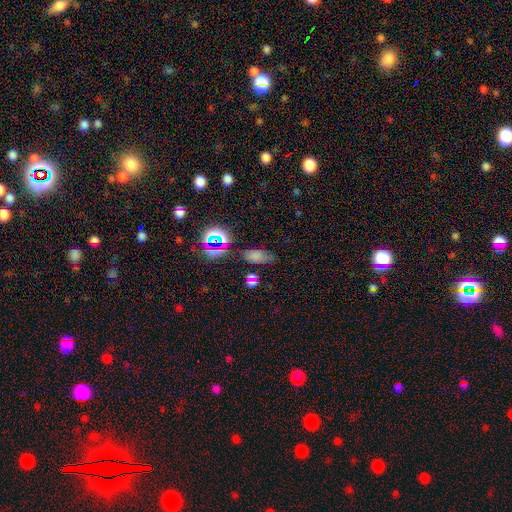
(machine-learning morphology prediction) Smooth or featured? Predicted: smooth (p=0.64). How rounded? Predicted: in between (p=0.84). Merging? Predicted: none (p=0.64).